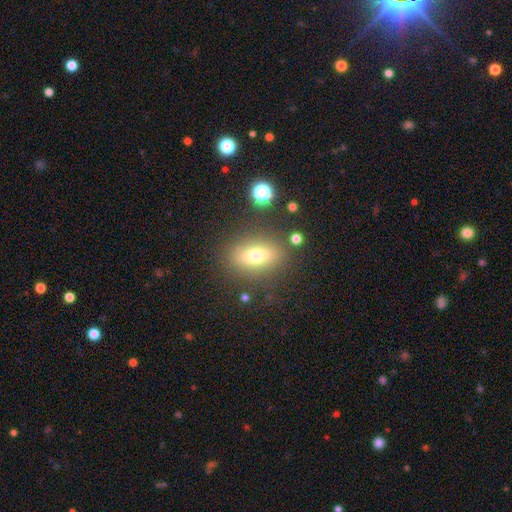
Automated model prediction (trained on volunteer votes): This is likely a smooth galaxy (68%). How rounded: likely in between (73%). Merging: clearly none (81%).